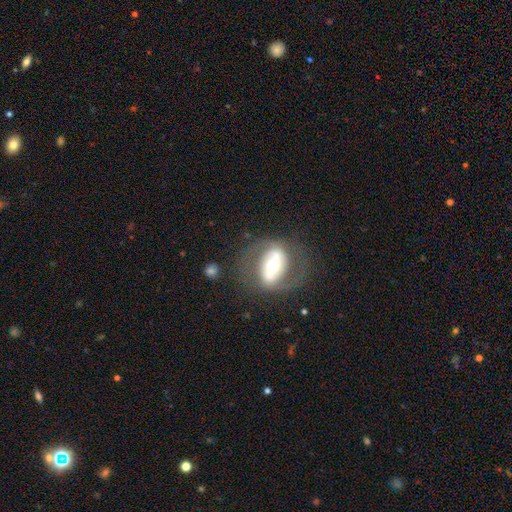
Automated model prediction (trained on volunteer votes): smooth-or-featured: featured or disk: 71% | smooth: 21% | star or artifact: 8%
  disk-edge-on: no: 94% | yes: 6%
    bar: strong: 38% | no: 36% | weak: 26%
    has-spiral-arms: yes: 63% | no: 37%
    bulge-size: moderate: 64% | small: 22% | large: 11% | dominant: 2% | none: 1%
  merging: none: 61% | minor disturbance: 16% | major disturbance: 15% | merger: 8%